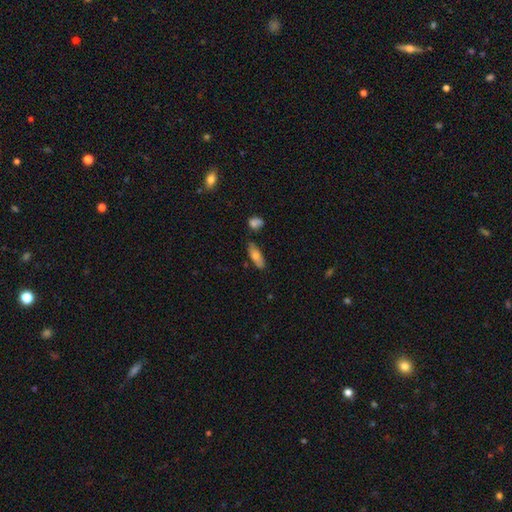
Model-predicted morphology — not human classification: A smooth galaxy with no disk features (72%) that is in between round and cigar-shaped (69%). Merging: none (76%).